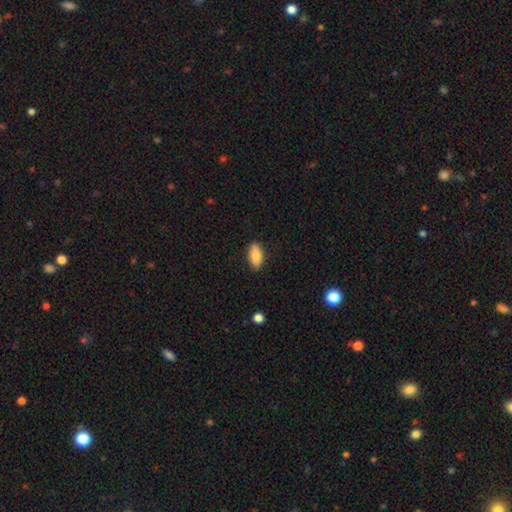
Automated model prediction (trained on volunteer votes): This is clearly a smooth galaxy (85%). How rounded: clearly in between (91%). Merging: clearly none (88%).